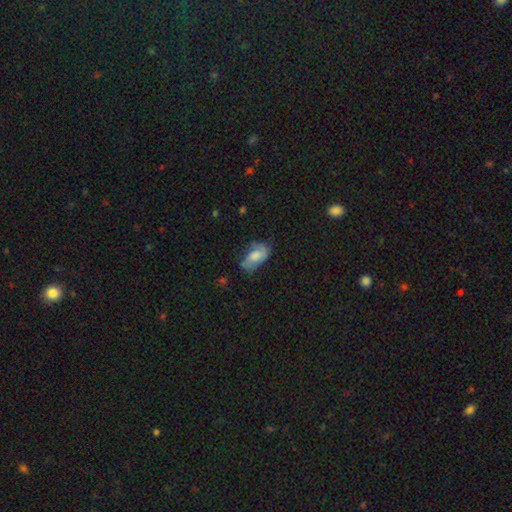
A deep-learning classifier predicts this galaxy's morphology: Q: Smooth or featured?
A: smooth (63%); runner-up: featured or disk (29%)
Q: How rounded?
A: in between (91%); runner-up: round (5%)
Q: Merging?
A: none (57%); runner-up: minor disturbance (29%)